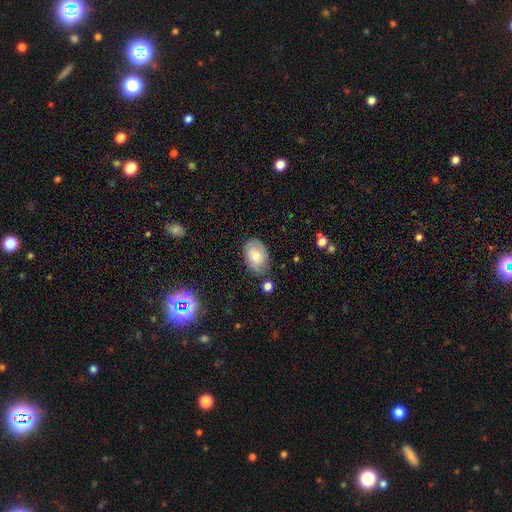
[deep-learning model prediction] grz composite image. It shows a smooth galaxy with no disk features (65%) that is in between round and cigar-shaped (85%). Merging: none (74%).